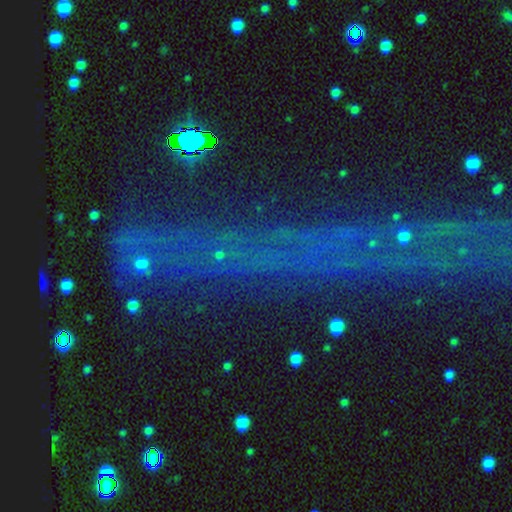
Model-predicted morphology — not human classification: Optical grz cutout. It shows a star or artifact, not a galaxy (68%).